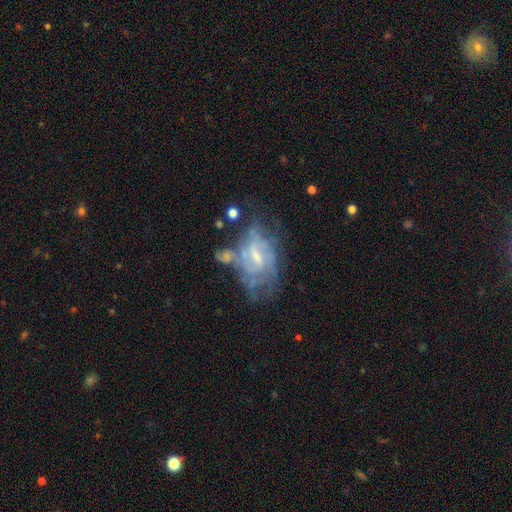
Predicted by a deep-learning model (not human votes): featured or disk 75%, smooth 16%, star or artifact 9%. Down the decision tree: edge-on disk — no (95%); bar — weak (56%); spiral arms — yes (73%); spiral arm count — can't tell (53%); spiral winding — tight (47%); bulge size — small (42%); merging — none (37%).